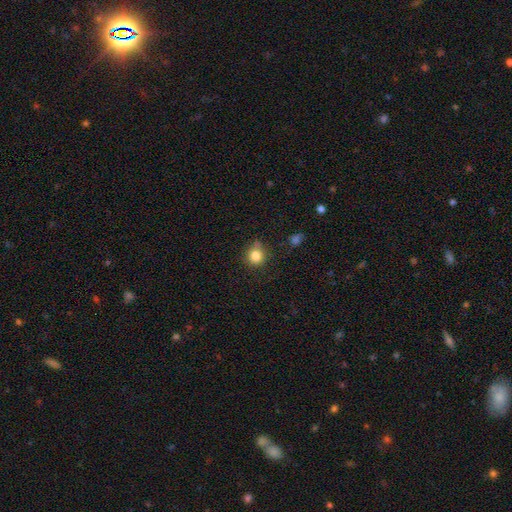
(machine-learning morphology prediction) A smooth galaxy with no disk features (83%) that is round (90%).

Vote fractions:
- Smooth or featured? smooth: 83% / star or artifact: 11% / featured or disk: 6%
- How rounded? round: 90% / in between: 9% / cigar-shaped: 1%
- Merging? none: 76% / minor disturbance: 14% / merger: 6% / major disturbance: 4%